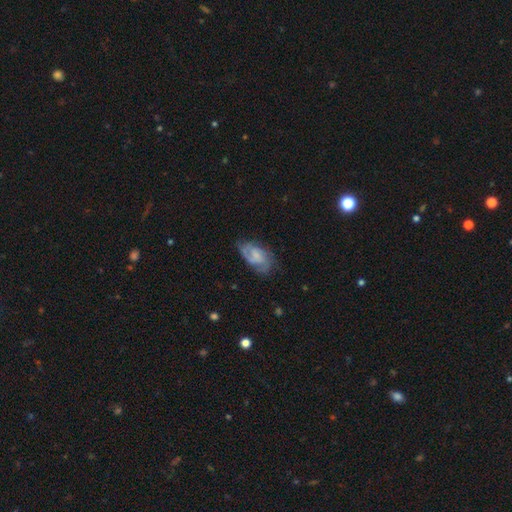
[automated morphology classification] featured or disk 69%, smooth 24%, star or artifact 7%. Down the decision tree: edge-on disk — no (96%); bar — no (53%); spiral arms — yes (91%); spiral arm count — 2 (44%); spiral winding — medium (44%); bulge size — small (40%); merging — none (64%).